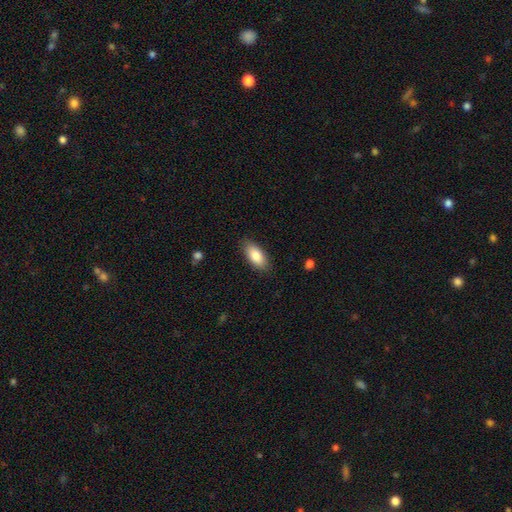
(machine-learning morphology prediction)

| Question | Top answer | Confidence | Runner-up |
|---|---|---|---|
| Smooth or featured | smooth | 83% | featured or disk (11%) |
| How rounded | in between | 88% | cigar-shaped (9%) |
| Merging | none | 86% | minor disturbance (10%) |